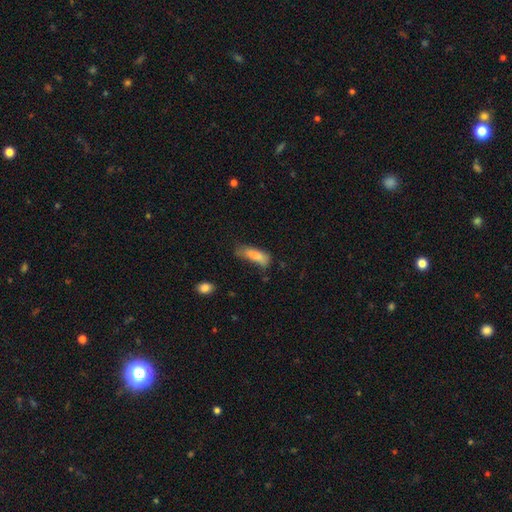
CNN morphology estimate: smooth_or_featured: smooth (p=0.83) [alt: featured or disk p=0.10]
how_rounded: in between (p=0.51) [alt: cigar-shaped p=0.47]
merging: none (p=0.42) [alt: minor disturbance p=0.37]